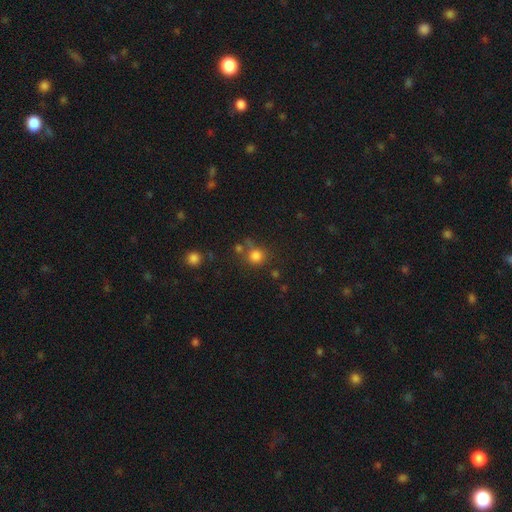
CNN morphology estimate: Q: Smooth or featured?
A: smooth (80%); runner-up: star or artifact (14%)
Q: How rounded?
A: round (88%); runner-up: in between (11%)
Q: Merging?
A: none (67%); runner-up: merger (14%)